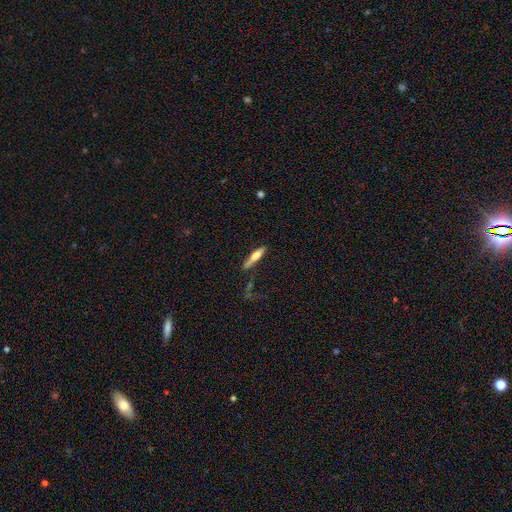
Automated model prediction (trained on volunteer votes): smooth 59%, featured or disk 34%, star or artifact 7%. Down the decision tree: how rounded — cigar-shaped (81%); merging — none (68%).